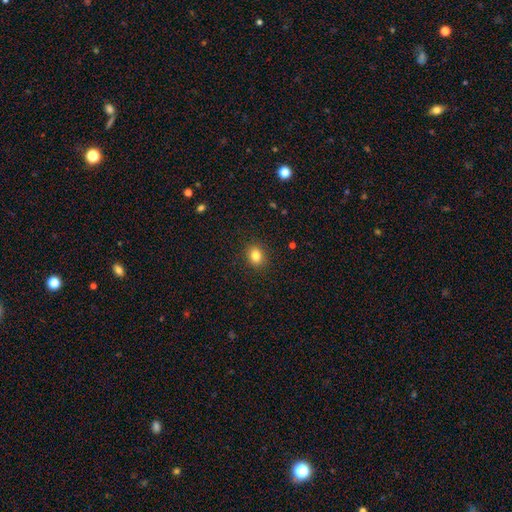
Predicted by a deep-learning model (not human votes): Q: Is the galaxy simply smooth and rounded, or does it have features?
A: smooth — 83%.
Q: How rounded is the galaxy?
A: round — 55%.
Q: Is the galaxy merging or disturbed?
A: none — 90%.